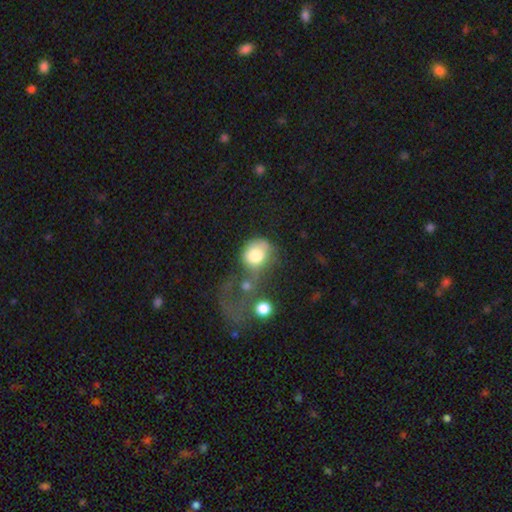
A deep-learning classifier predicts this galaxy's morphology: smooth_or_featured: smooth (p=0.71) [alt: featured or disk p=0.20]
how_rounded: round (p=0.61) [alt: in between p=0.38]
merging: major disturbance (p=0.36) [alt: merger p=0.32]